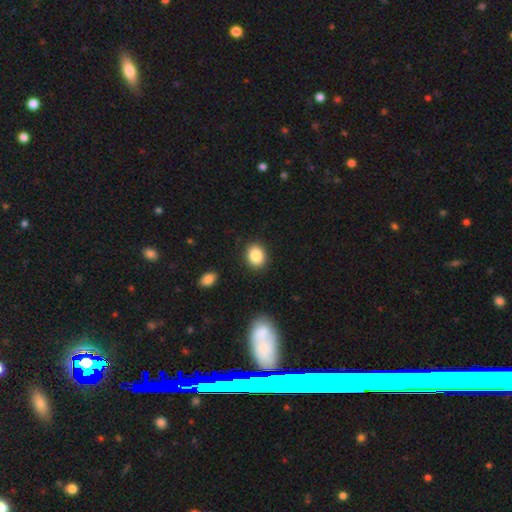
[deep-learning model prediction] Smooth or featured?
  - smooth: 86% *
  - star or artifact: 9%
  - featured or disk: 5%
How rounded?
  - in between: 52% *
  - round: 47%
  - cigar-shaped: 1%
Merging?
  - none: 88% *
  - minor disturbance: 8%
  - major disturbance: 2%
  - merger: 2%